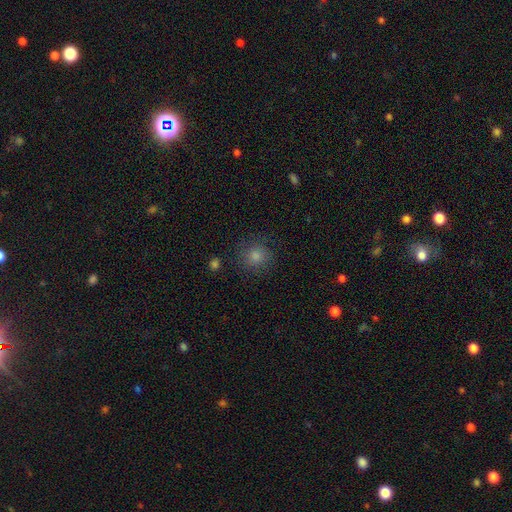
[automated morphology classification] The model was most divided on "smooth or featured": smooth: 63%, star or artifact: 24%, featured or disk: 13%. More confident: how rounded — round (91%); merging — none (84%).